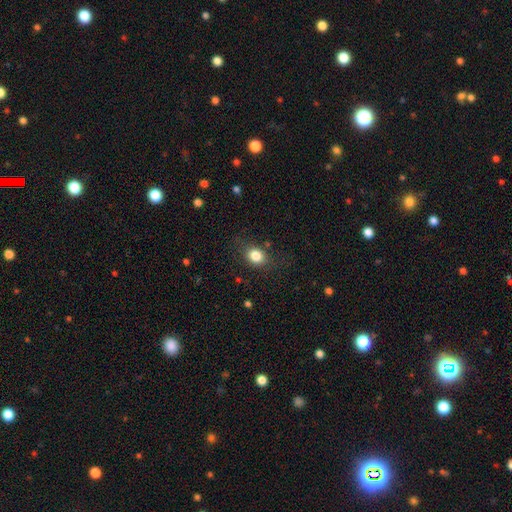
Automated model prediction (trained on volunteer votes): Smooth or featured? Predicted: smooth (p=0.82). How rounded? Predicted: round (p=0.51). Merging? Predicted: none (p=0.77).